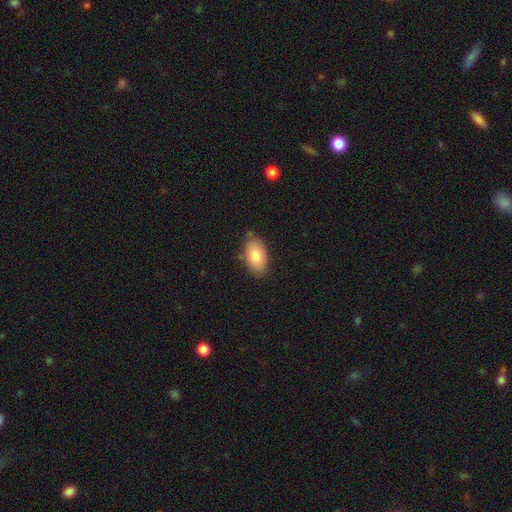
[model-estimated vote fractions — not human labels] The model was most divided on "merging": none: 79%, minor disturbance: 16%, major disturbance: 3%, merger: 2%. More confident: how rounded — in between (93%); smooth or featured — smooth (80%).